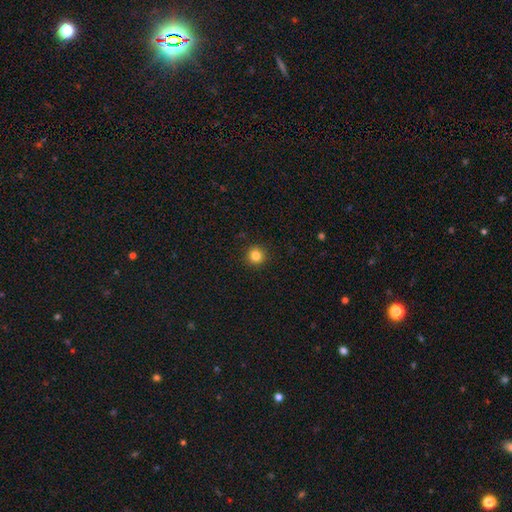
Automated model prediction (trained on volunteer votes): This appears to be a smooth galaxy with no disk features (82%) that is round (94%). Merging: none (92%).